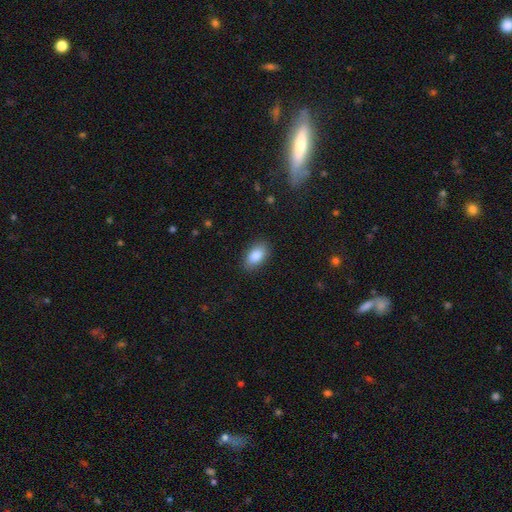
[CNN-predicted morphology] Q: Smooth or featured?
A: smooth (87%); runner-up: star or artifact (7%)
Q: How rounded?
A: in between (92%); runner-up: round (5%)
Q: Merging?
A: none (87%); runner-up: minor disturbance (10%)